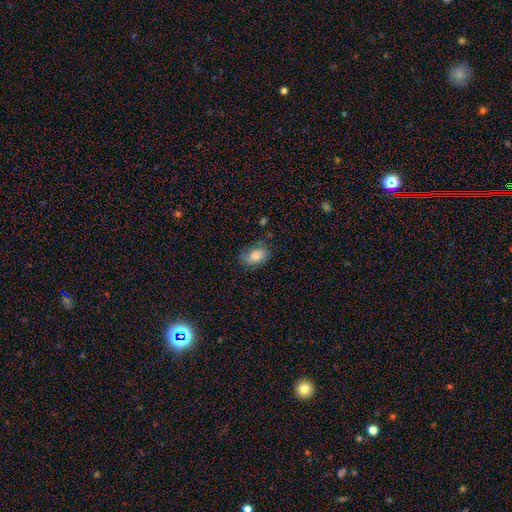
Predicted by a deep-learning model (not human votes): This is likely a smooth galaxy (80%). How rounded: clearly in between (89%). Merging: likely none (72%).